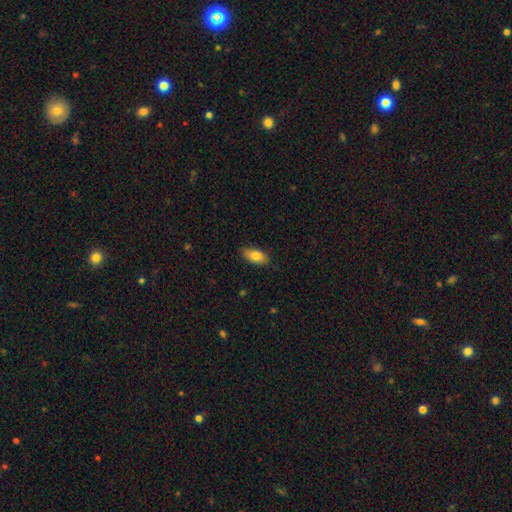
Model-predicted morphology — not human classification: Smooth or featured? Predicted: smooth (p=0.82). How rounded? Predicted: in between (p=0.92). Merging? Predicted: none (p=0.85).